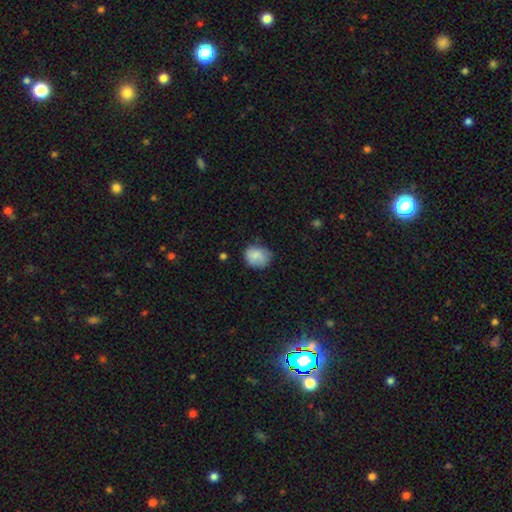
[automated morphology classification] Q: Smooth or featured?
A: smooth (85%); runner-up: star or artifact (8%)
Q: How rounded?
A: round (58%); runner-up: in between (41%)
Q: Merging?
A: none (65%); runner-up: minor disturbance (28%)